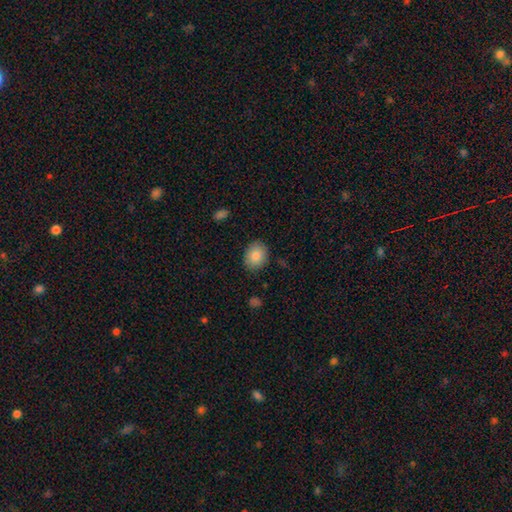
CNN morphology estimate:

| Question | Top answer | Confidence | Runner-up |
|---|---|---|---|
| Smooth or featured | smooth | 85% | star or artifact (8%) |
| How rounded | in between | 52% | round (47%) |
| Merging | none | 87% | minor disturbance (10%) |